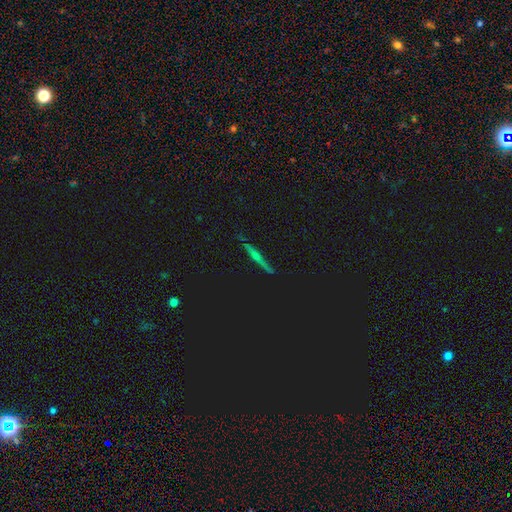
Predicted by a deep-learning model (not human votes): featured or disk 49%, star or artifact 27%, smooth 24%. Down the decision tree: merging — none (86%).